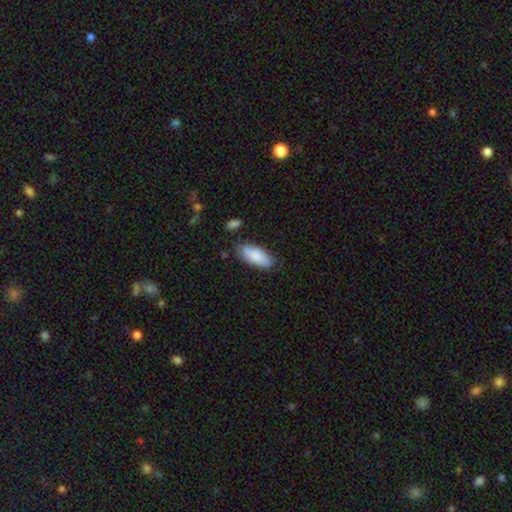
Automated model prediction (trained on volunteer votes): Q: Smooth or featured?
A: smooth (84%); runner-up: featured or disk (11%)
Q: How rounded?
A: in between (85%); runner-up: cigar-shaped (13%)
Q: Merging?
A: none (72%); runner-up: minor disturbance (20%)